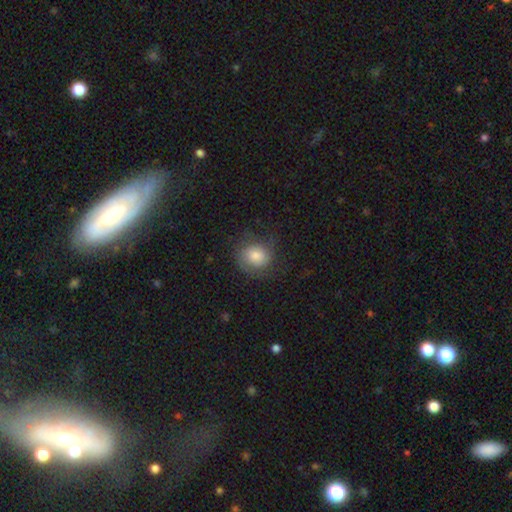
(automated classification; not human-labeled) This is likely a smooth galaxy (69%). How rounded: likely round (75%). Merging: likely none (69%).